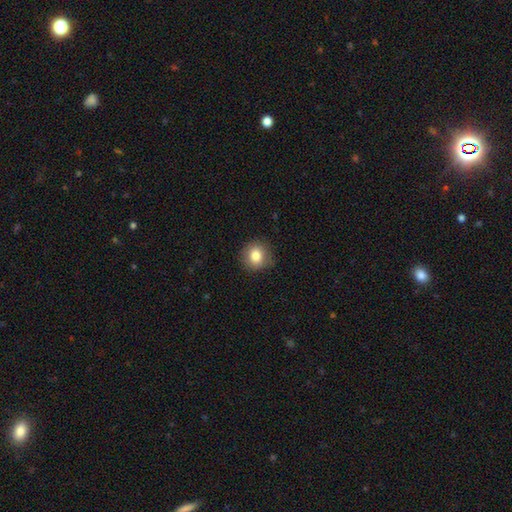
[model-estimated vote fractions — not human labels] Smooth or featured: smooth — 82% (star or artifact — 10%)
How rounded: round — 87% (in between — 12%)
Merging: none — 85% (minor disturbance — 11%)